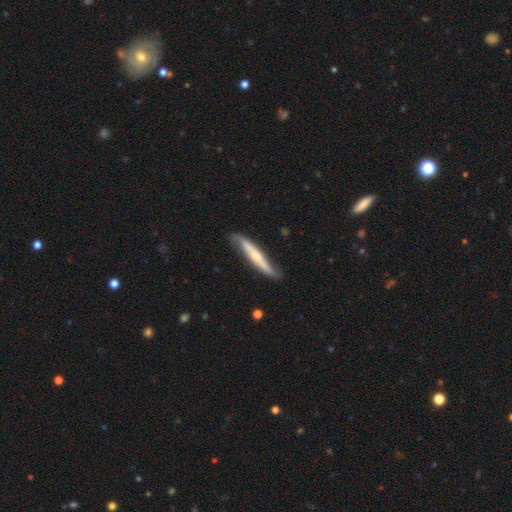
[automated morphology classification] This appears to be a featured or disk galaxy (59%) viewed edge-on (73%). Merging: none (72%).